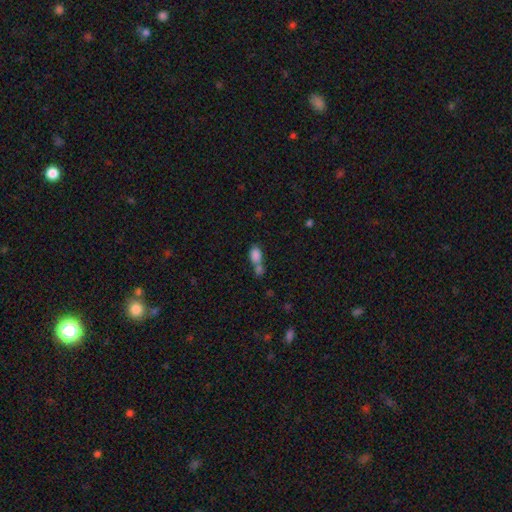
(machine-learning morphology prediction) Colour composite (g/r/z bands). It shows a smooth galaxy with no disk features (82%) that is in between round and cigar-shaped (82%). Merging: merger (61%).